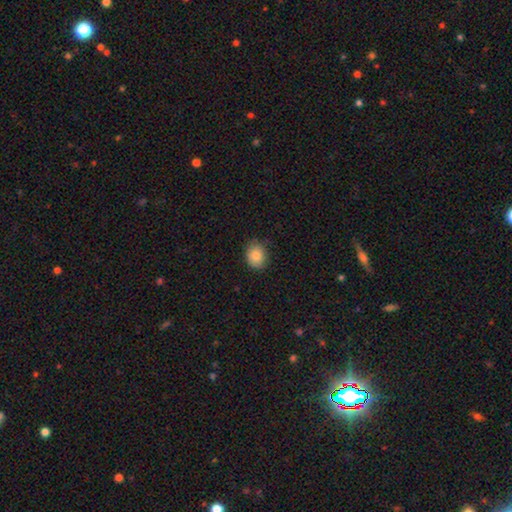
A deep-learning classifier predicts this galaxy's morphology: smooth 84%, star or artifact 8%, featured or disk 7%. Down the decision tree: how rounded — round (51%); merging — none (83%).